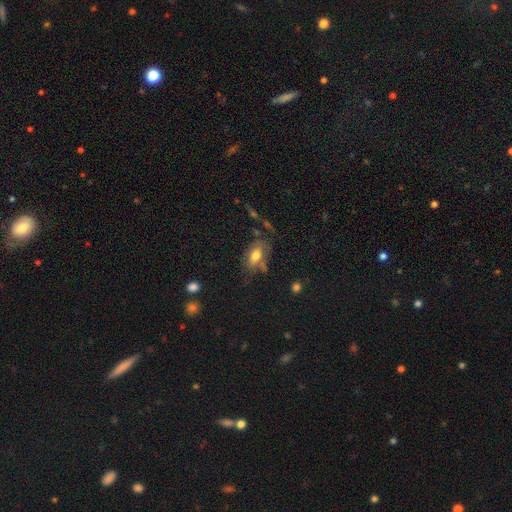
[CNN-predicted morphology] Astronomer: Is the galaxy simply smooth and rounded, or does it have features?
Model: smooth — 67%.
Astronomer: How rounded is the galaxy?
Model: in between — 88%.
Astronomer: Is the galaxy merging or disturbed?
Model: none — 51%.